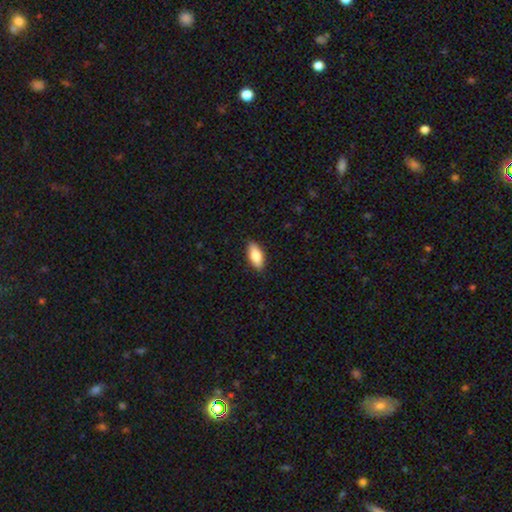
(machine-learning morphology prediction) The model was most divided on "how rounded": in between: 82%, cigar-shaped: 15%, round: 2%. More confident: merging — none (89%); smooth or featured — smooth (81%).